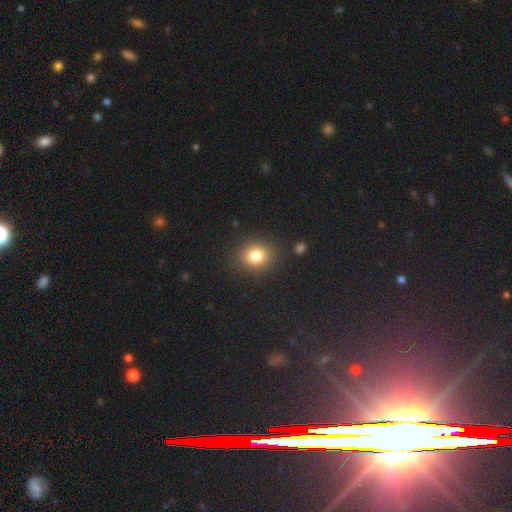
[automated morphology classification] This appears to be a smooth galaxy with no disk features (81%) that is round (67%). Merging: none (86%).